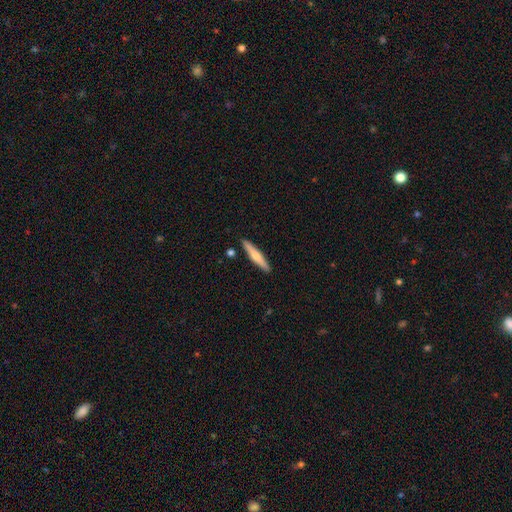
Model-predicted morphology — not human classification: smooth-or-featured: smooth: 54% | featured or disk: 41% | star or artifact: 5%
  how-rounded: cigar-shaped: 90% | in between: 8% | round: 2%
  merging: none: 89% | minor disturbance: 7% | merger: 2% | major disturbance: 1%